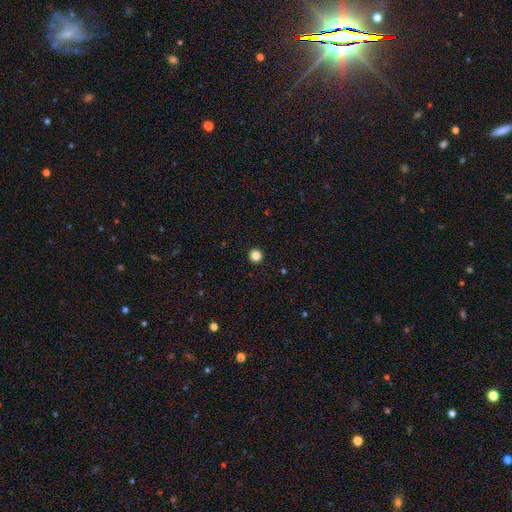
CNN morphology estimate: smooth 85%, star or artifact 12%, featured or disk 3%. Down the decision tree: how rounded — round (95%); merging — none (94%).